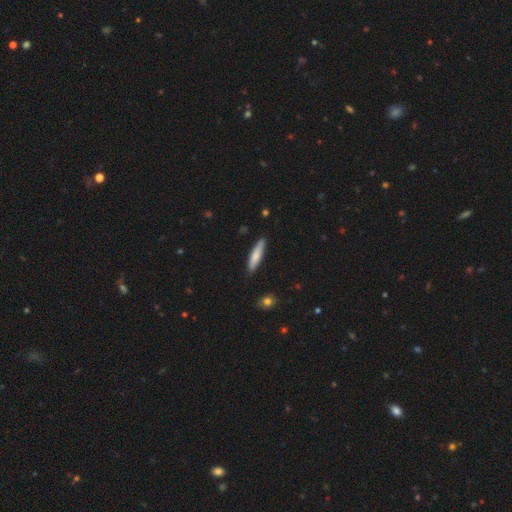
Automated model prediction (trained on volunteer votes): smooth_or_featured: smooth (p=0.73) [alt: featured or disk p=0.22]
how_rounded: cigar-shaped (p=0.84) [alt: in between p=0.15]
merging: none (p=0.86) [alt: minor disturbance p=0.10]